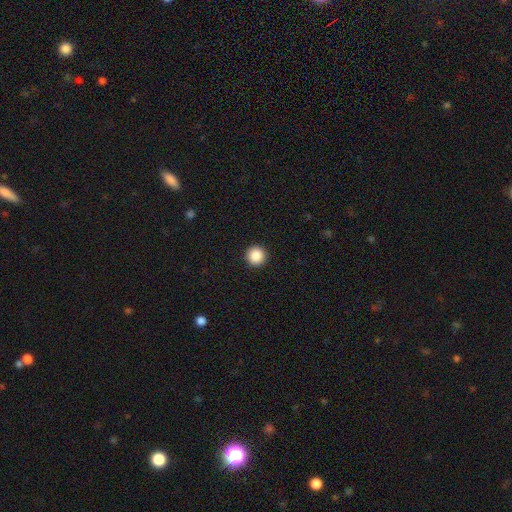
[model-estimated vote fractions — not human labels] smooth 88%, star or artifact 9%, featured or disk 3%. Down the decision tree: how rounded — round (96%); merging — none (94%).